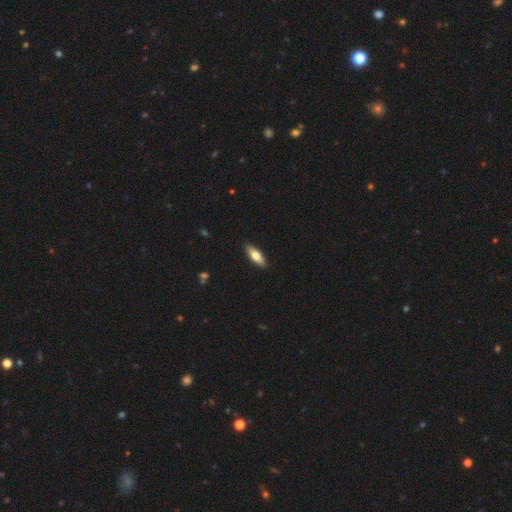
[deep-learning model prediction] smooth_or_featured: smooth (p=0.68) [alt: featured or disk p=0.27]
how_rounded: in between (p=0.60) [alt: cigar-shaped p=0.38]
merging: none (p=0.90) [alt: minor disturbance p=0.08]